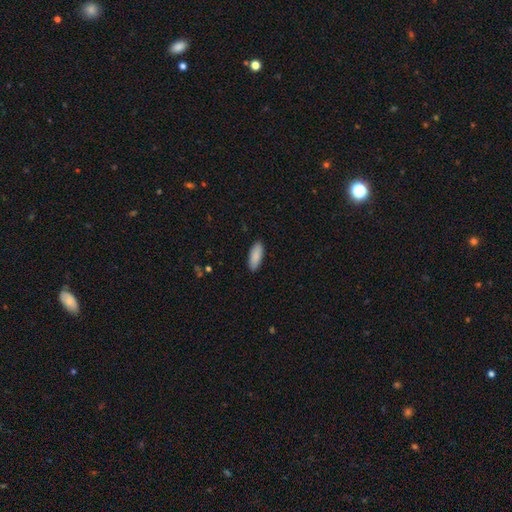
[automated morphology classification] The model was most divided on "how rounded": in between: 74%, cigar-shaped: 24%, round: 2%. More confident: merging — none (90%); smooth or featured — smooth (89%).